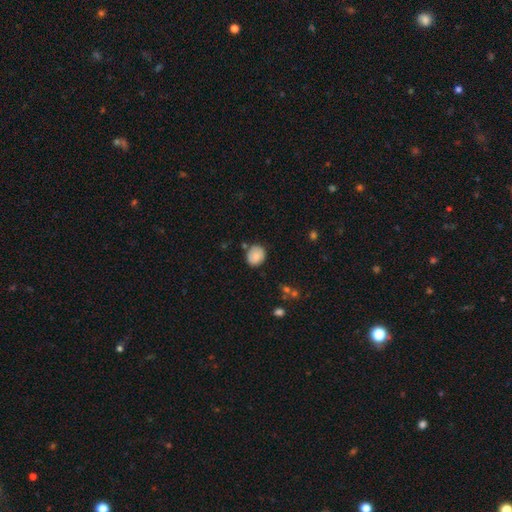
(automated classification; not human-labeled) Q: Smooth or featured?
A: smooth (82%); runner-up: featured or disk (10%)
Q: How rounded?
A: round (64%); runner-up: in between (35%)
Q: Merging?
A: none (75%); runner-up: minor disturbance (17%)